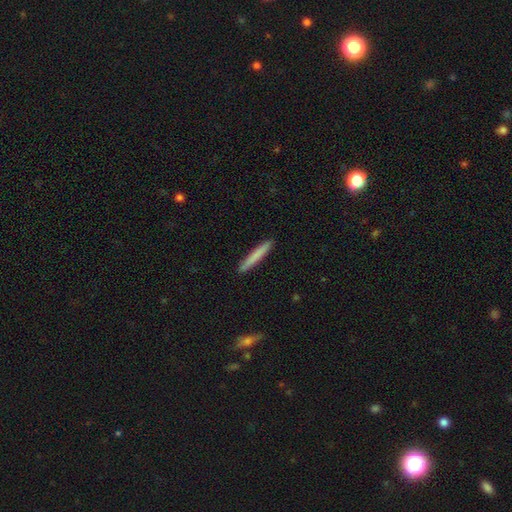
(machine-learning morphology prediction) Smooth or featured: smooth — 76% (featured or disk — 19%)
How rounded: cigar-shaped — 96% (in between — 3%)
Merging: none — 92% (minor disturbance — 6%)